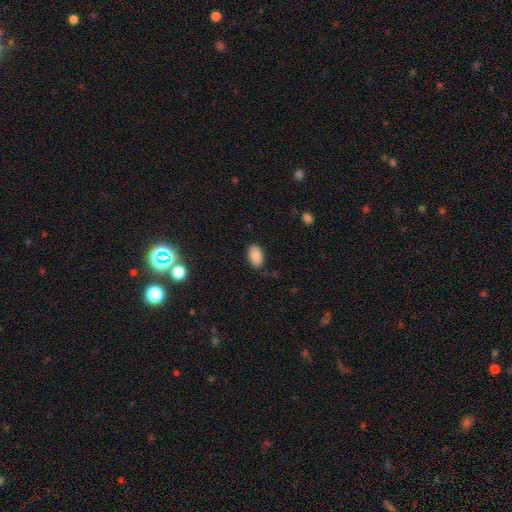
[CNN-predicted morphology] Smooth or featured? smooth (88%)
How rounded? in between (92%)
Merging? none (81%)